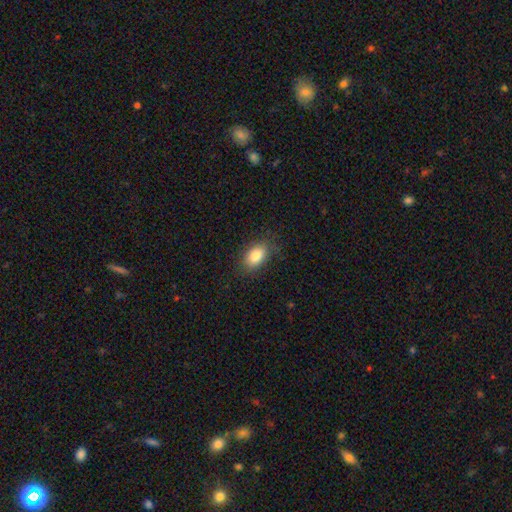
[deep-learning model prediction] Q: Smooth or featured?
A: smooth (84%); runner-up: star or artifact (8%)
Q: How rounded?
A: in between (88%); runner-up: round (10%)
Q: Merging?
A: none (82%); runner-up: minor disturbance (13%)